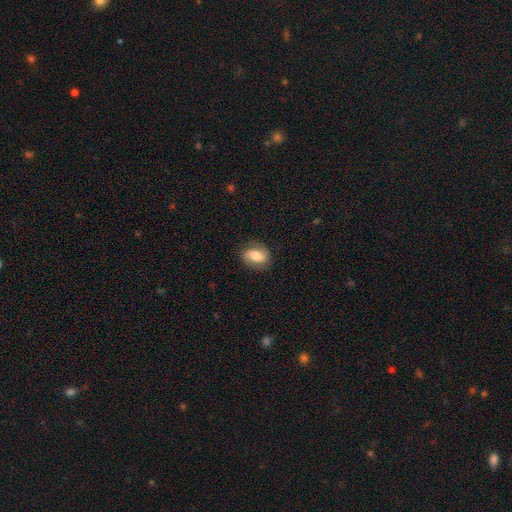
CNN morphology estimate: Overall: smooth (54%; featured or disk 38%). How rounded: in between (74%). Merging: none (79%).